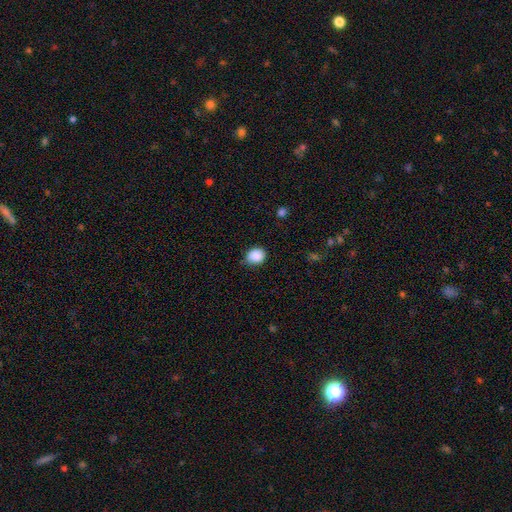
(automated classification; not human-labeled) A smooth galaxy with no disk features (88%) that is round (61%).

Vote fractions:
- Smooth or featured? smooth: 88% / star or artifact: 8% / featured or disk: 4%
- How rounded? round: 61% / in between: 38% / cigar-shaped: 1%
- Merging? none: 73% / minor disturbance: 22% / major disturbance: 4% / merger: 2%